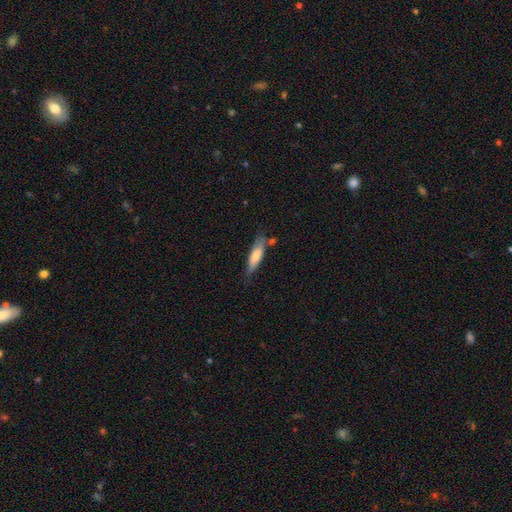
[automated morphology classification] The model was most divided on "how rounded": cigar-shaped: 70%, in between: 28%, round: 1%. More confident: smooth or featured — smooth (72%); merging — none (71%).